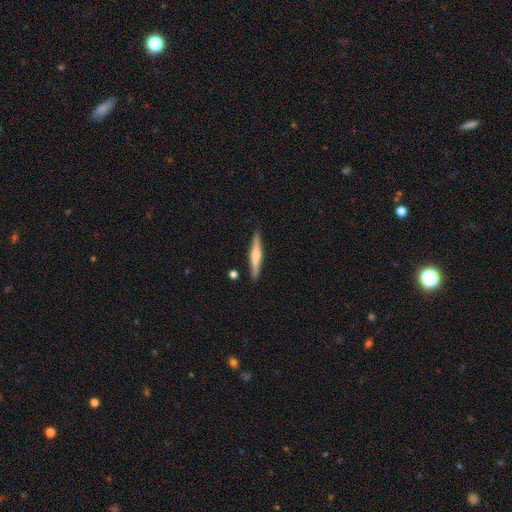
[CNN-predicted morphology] Smooth or featured: featured or disk — 49% (smooth — 46%)
Merging: none — 88% (minor disturbance — 8%)